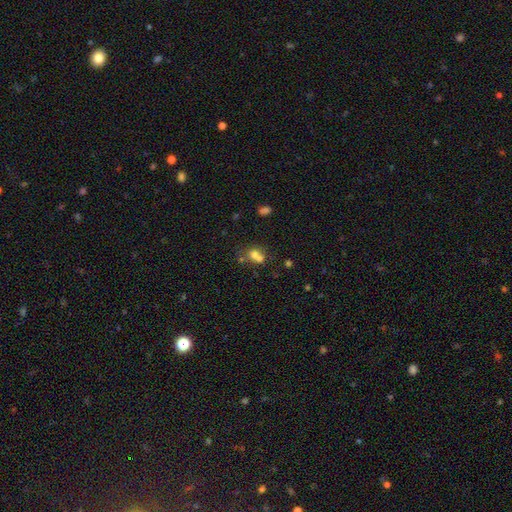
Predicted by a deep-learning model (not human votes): Smooth or featured? Predicted: smooth (p=0.66). How rounded? Predicted: round (p=0.71). Merging? Predicted: merger (p=0.57).